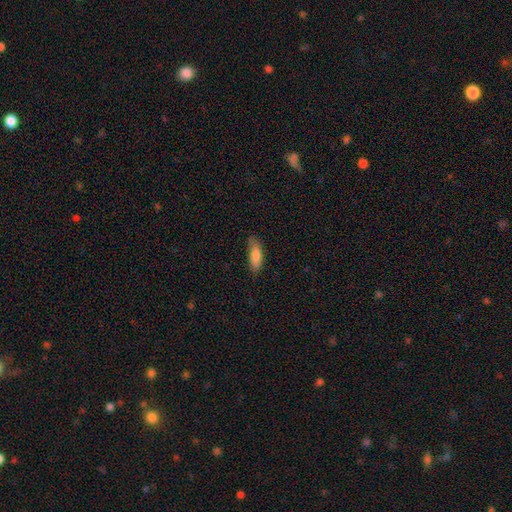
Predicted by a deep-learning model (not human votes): Morphology: type=smooth (82%); roundness=in between (58%); merging=none (74%).